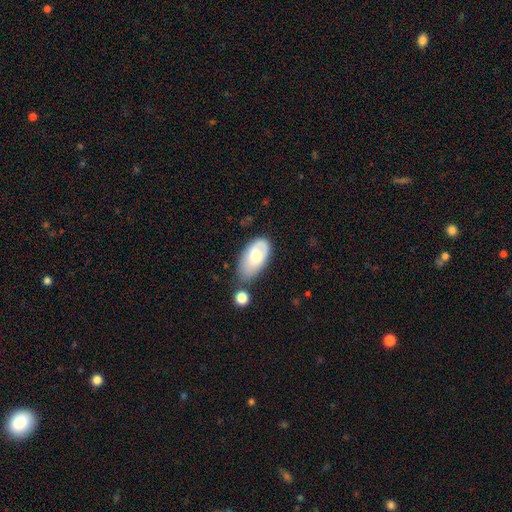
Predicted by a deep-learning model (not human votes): smooth 62%, featured or disk 32%, star or artifact 6%. Down the decision tree: how rounded — in between (94%); merging — none (48%).